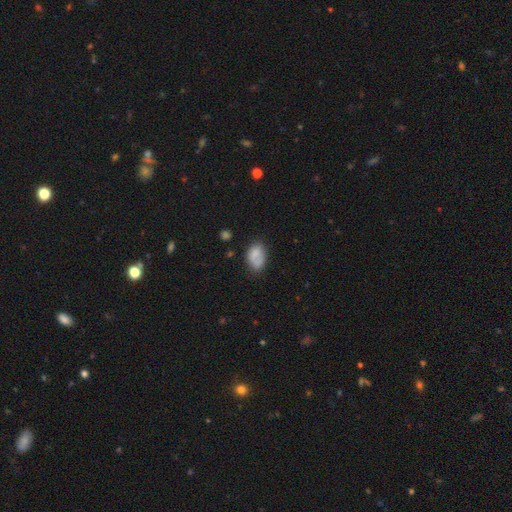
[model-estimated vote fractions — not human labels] Smooth or featured: smooth — 77% (featured or disk — 14%)
How rounded: in between — 86% (round — 12%)
Merging: none — 55% (minor disturbance — 27%)